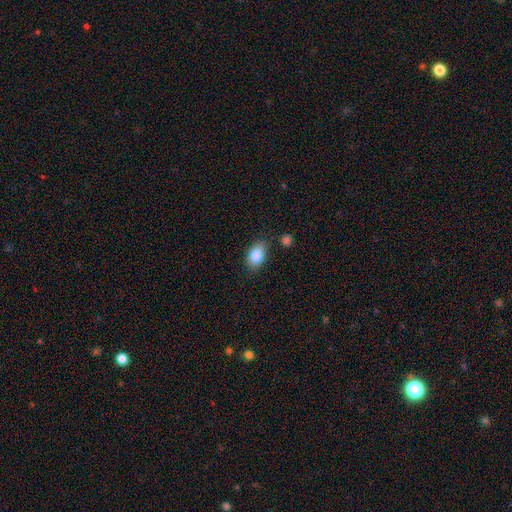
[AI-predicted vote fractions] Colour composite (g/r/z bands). It shows a smooth galaxy with no disk features (85%) that is in between round and cigar-shaped (88%). Merging: none (79%).